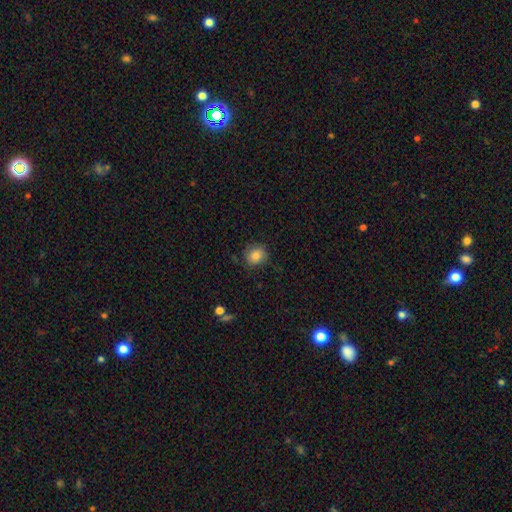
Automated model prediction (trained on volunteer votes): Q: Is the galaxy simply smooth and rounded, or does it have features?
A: smooth — 83%.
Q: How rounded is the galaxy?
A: round — 71%.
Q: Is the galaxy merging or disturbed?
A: none — 77%.